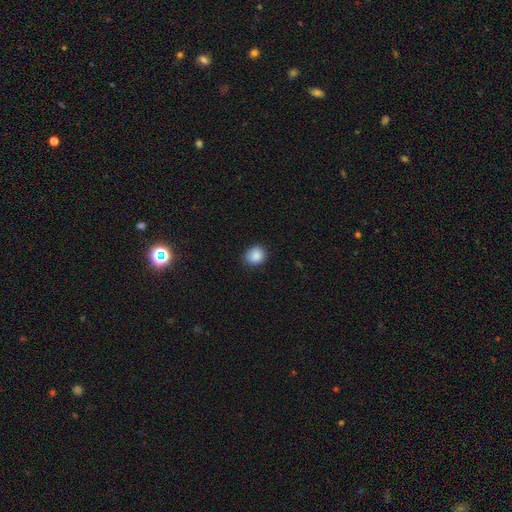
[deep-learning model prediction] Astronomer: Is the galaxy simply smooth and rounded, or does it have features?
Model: smooth — 88%.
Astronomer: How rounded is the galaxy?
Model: round — 78%.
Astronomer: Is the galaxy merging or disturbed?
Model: none — 83%.